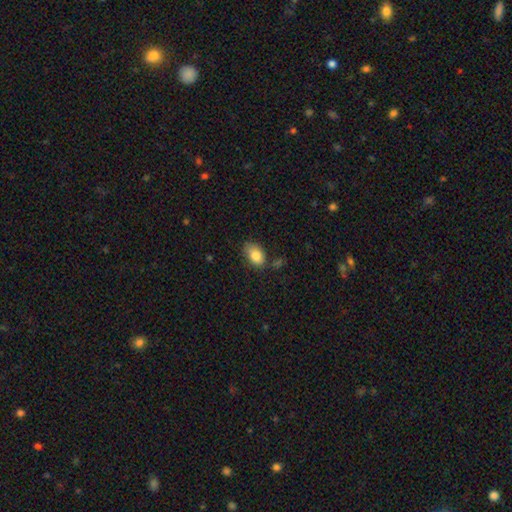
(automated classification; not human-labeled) Overall: smooth (83%). How rounded: in between (84%). Merging: none (63%; minor disturbance 26%).